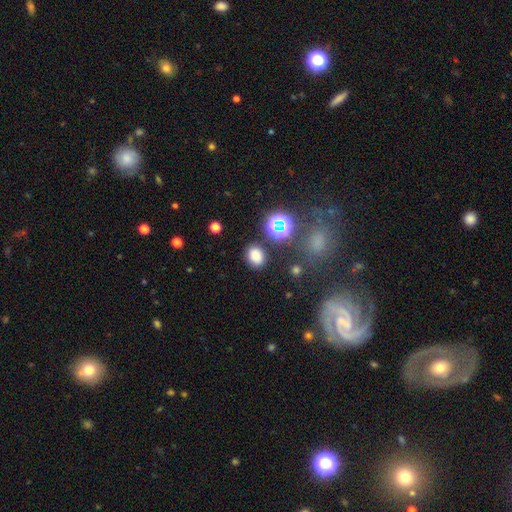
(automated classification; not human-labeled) Q: Smooth or featured?
A: smooth (76%); runner-up: star or artifact (18%)
Q: How rounded?
A: in between (58%); runner-up: round (41%)
Q: Merging?
A: none (82%); runner-up: minor disturbance (11%)